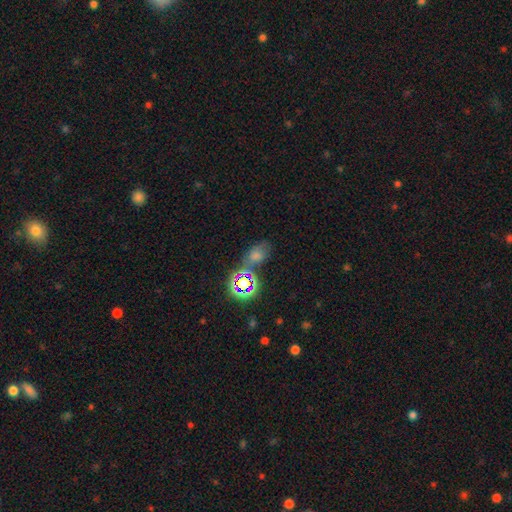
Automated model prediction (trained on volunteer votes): A star or artifact, not a galaxy (50%).